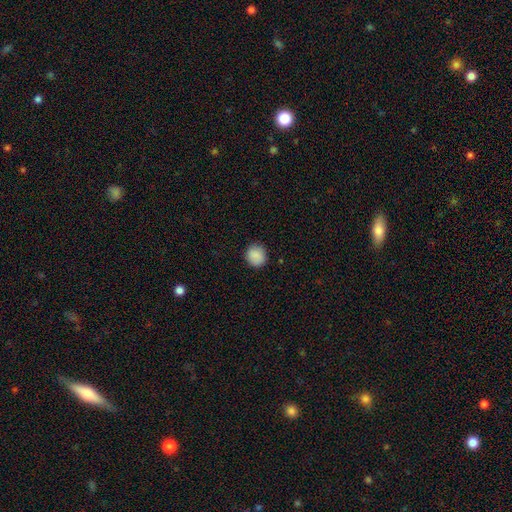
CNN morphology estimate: A smooth galaxy with no disk features (89%) that is round (87%).

Vote fractions:
- Smooth or featured? smooth: 89% / star or artifact: 8% / featured or disk: 3%
- How rounded? round: 87% / in between: 12% / cigar-shaped: 1%
- Merging? none: 87% / minor disturbance: 10% / major disturbance: 2% / merger: 1%